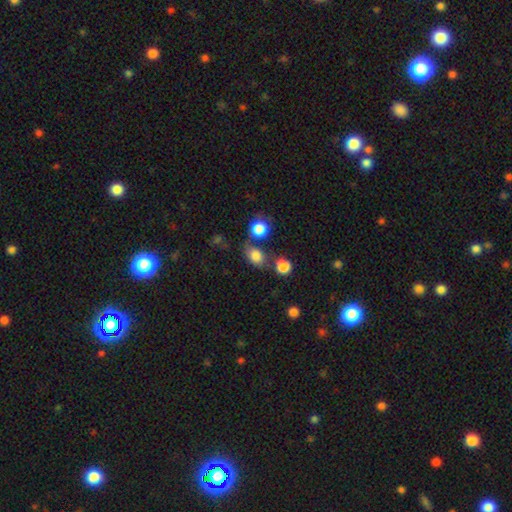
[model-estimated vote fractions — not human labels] A smooth galaxy with no disk features (78%) that is in between round and cigar-shaped (60%). Merging: none (54%).